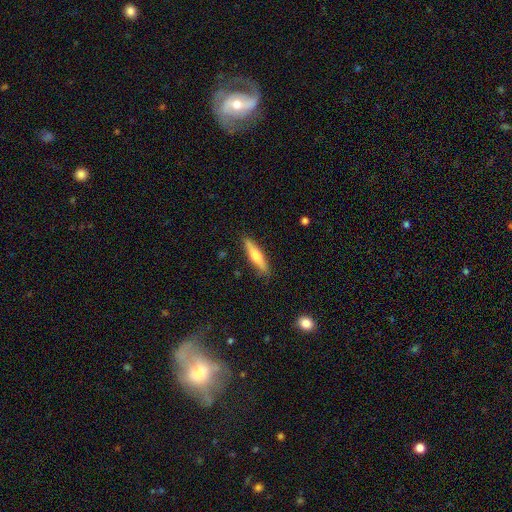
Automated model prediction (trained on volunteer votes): A smooth galaxy with no disk features (58%) that is cigar-shaped (82%).

Vote fractions:
- Smooth or featured? smooth: 58% / featured or disk: 37% / star or artifact: 6%
- How rounded? cigar-shaped: 82% / in between: 16% / round: 2%
- Merging? none: 87% / minor disturbance: 10% / major disturbance: 2% / merger: 1%